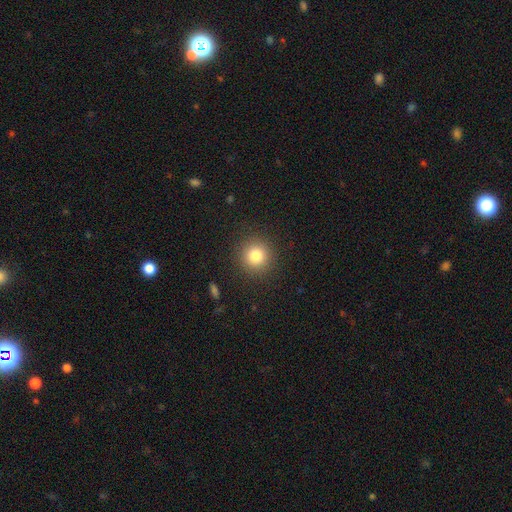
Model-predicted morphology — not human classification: Smooth or featured?
  - smooth: 81% *
  - star or artifact: 12%
  - featured or disk: 7%
How rounded?
  - round: 93% *
  - in between: 6%
  - cigar-shaped: 1%
Merging?
  - none: 90% *
  - minor disturbance: 6%
  - major disturbance: 3%
  - merger: 1%